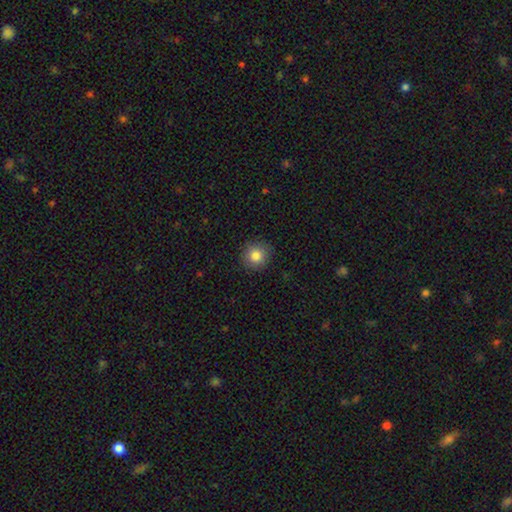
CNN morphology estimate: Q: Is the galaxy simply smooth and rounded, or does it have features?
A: smooth — 83%.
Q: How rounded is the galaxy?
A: round — 93%.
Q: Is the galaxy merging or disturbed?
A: none — 90%.